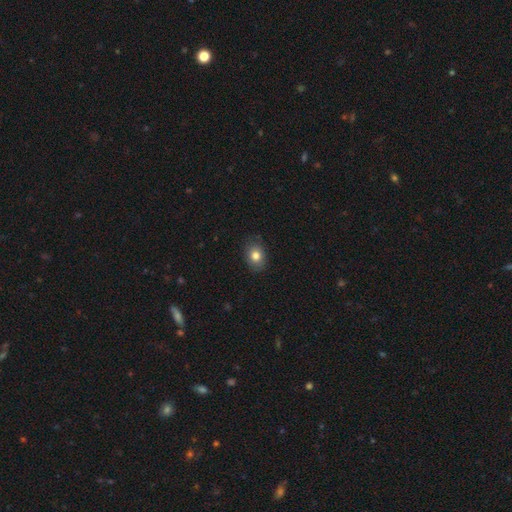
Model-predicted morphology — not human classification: This is clearly a smooth galaxy (81%). How rounded: possibly in between (59%). Merging: clearly none (84%).